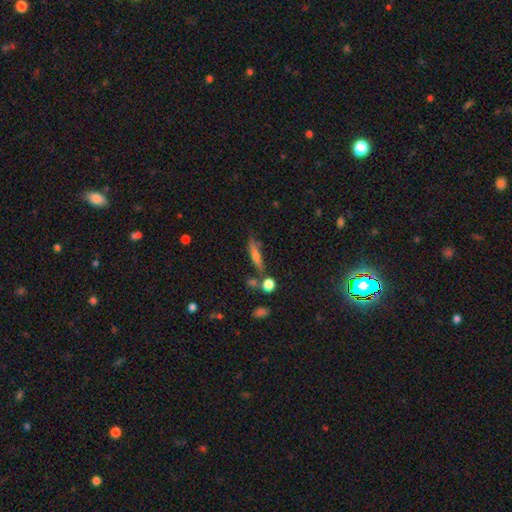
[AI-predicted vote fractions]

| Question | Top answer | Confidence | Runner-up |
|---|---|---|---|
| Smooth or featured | smooth | 54% | featured or disk (33%) |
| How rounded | cigar-shaped | 80% | in between (15%) |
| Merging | none | 70% | minor disturbance (16%) |